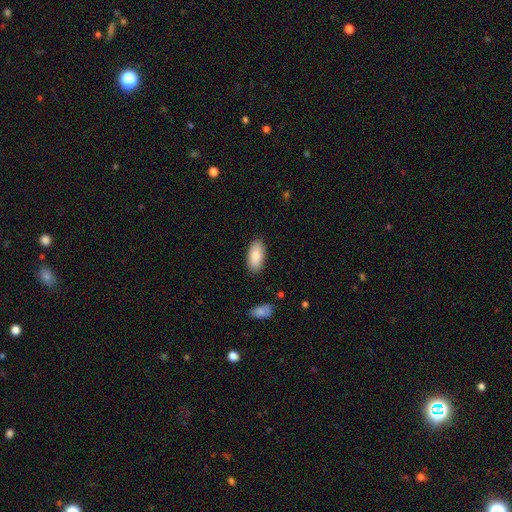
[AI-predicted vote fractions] This is clearly a smooth galaxy (88%). How rounded: clearly in between (93%). Merging: clearly none (87%).